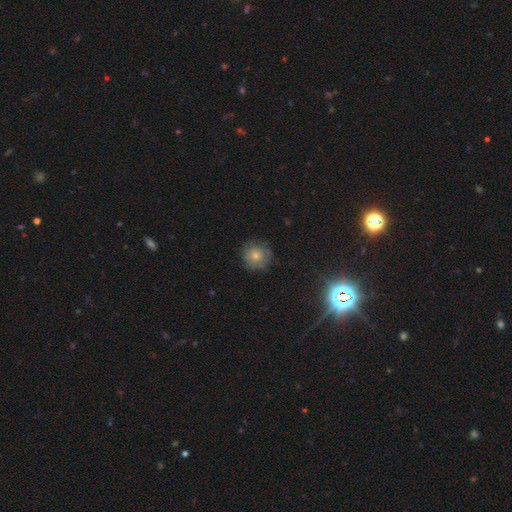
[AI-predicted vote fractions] This is likely a smooth galaxy (71%). How rounded: clearly round (92%). Merging: likely none (77%).